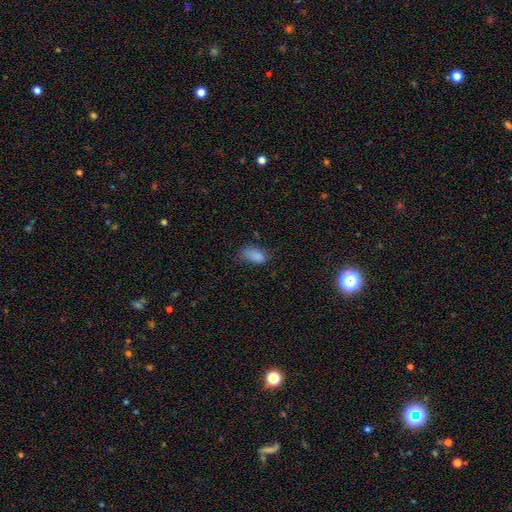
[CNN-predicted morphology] This appears to be a smooth galaxy with no disk features (82%) that is in between round and cigar-shaped (91%). Merging: none (46%).